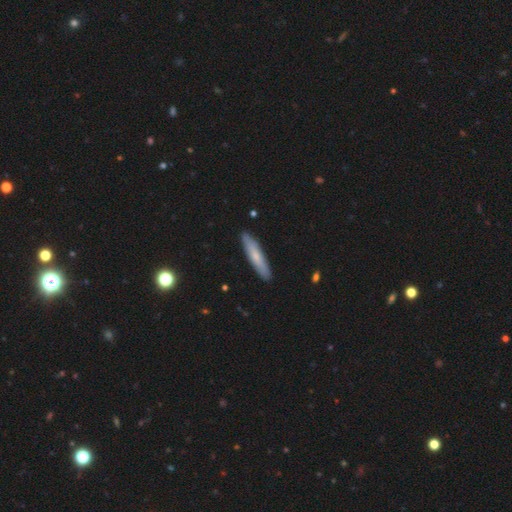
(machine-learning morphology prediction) This appears to be a smooth galaxy with no disk features (64%) that is cigar-shaped (88%). Merging: none (90%).